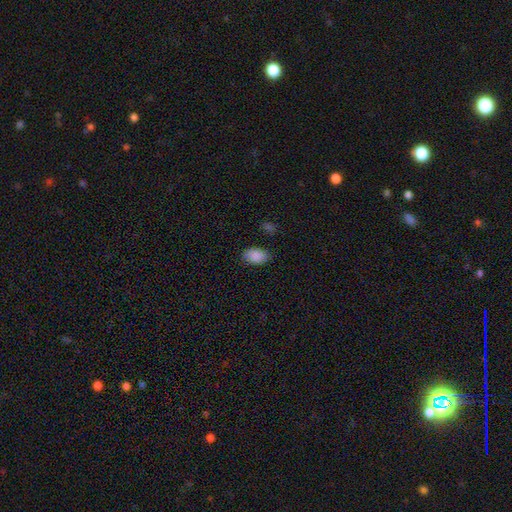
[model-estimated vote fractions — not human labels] smooth-or-featured: smooth: 89% | star or artifact: 8% | featured or disk: 4%
  how-rounded: in between: 91% | round: 8% | cigar-shaped: 1%
  merging: none: 83% | minor disturbance: 12% | major disturbance: 3% | merger: 2%